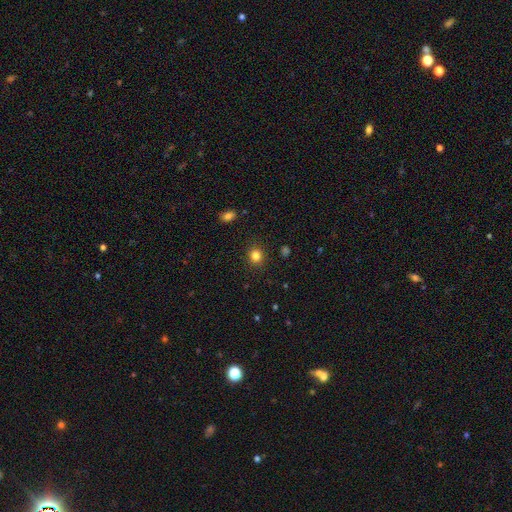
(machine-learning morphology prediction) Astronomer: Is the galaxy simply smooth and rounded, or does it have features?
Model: smooth — 82%.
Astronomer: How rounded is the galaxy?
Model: round — 83%.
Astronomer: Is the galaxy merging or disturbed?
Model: none — 90%.